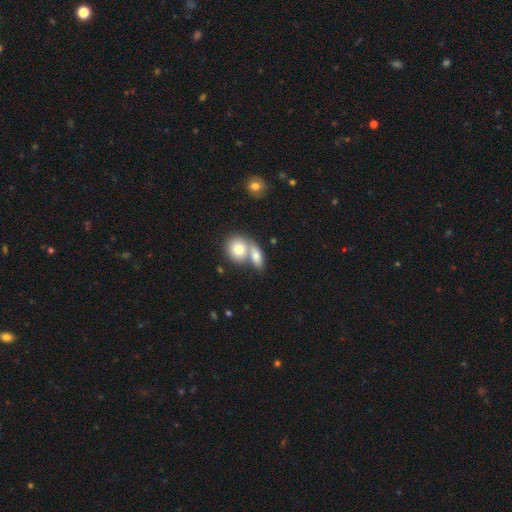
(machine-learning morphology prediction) Smooth or featured? Predicted: smooth (p=0.79). How rounded? Predicted: in between (p=0.71). Merging? Predicted: merger (p=0.60).